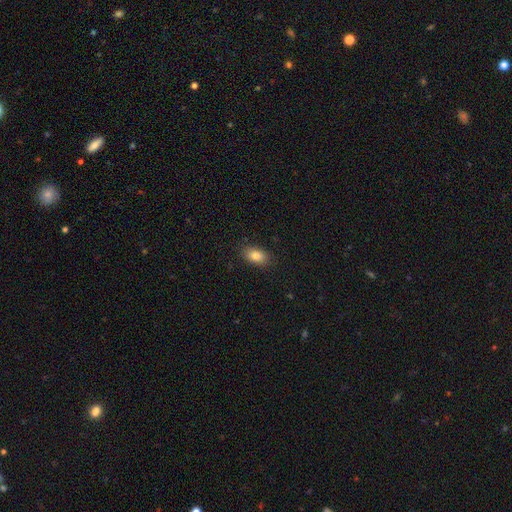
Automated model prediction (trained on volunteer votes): smooth 84%, star or artifact 8%, featured or disk 7%. Down the decision tree: how rounded — in between (90%); merging — none (87%).